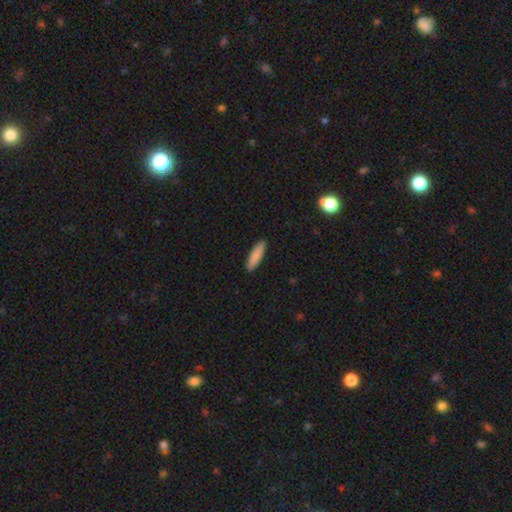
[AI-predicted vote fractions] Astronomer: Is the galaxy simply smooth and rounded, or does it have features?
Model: smooth — 87%.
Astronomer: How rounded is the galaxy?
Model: cigar-shaped — 70%.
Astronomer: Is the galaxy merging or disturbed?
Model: none — 91%.